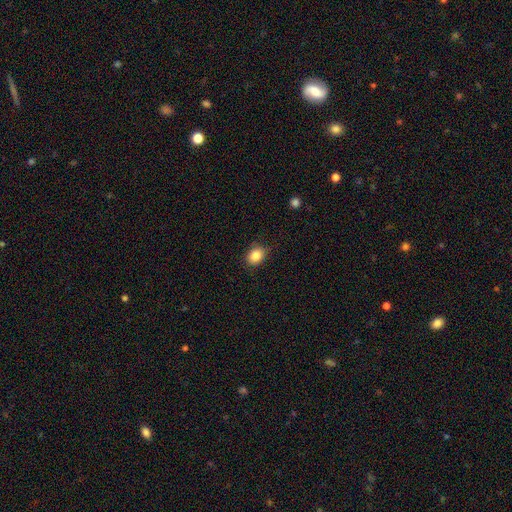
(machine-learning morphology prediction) This is clearly a smooth galaxy (85%). How rounded: possibly in between (55%). Merging: clearly none (83%).